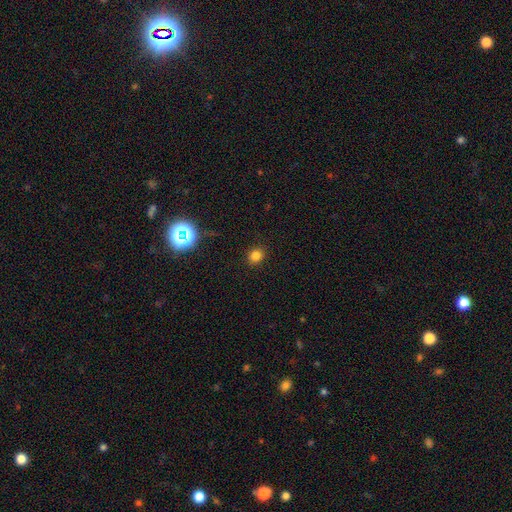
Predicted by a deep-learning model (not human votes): Smooth or featured? smooth (79%)
How rounded? round (78%)
Merging? none (90%)